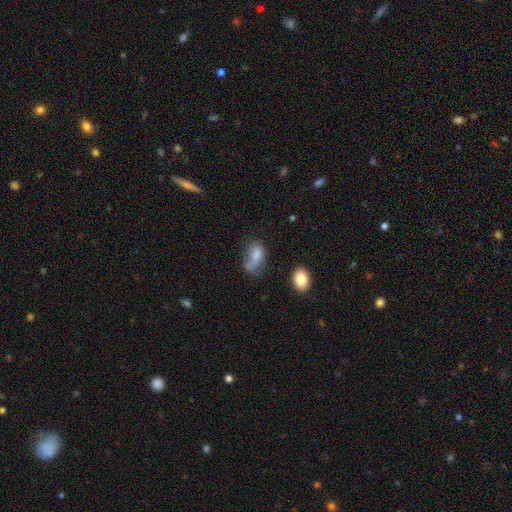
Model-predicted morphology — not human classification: This appears to be a smooth galaxy with no disk features (68%) that is in between round and cigar-shaped (82%). Merging: major disturbance (34%).